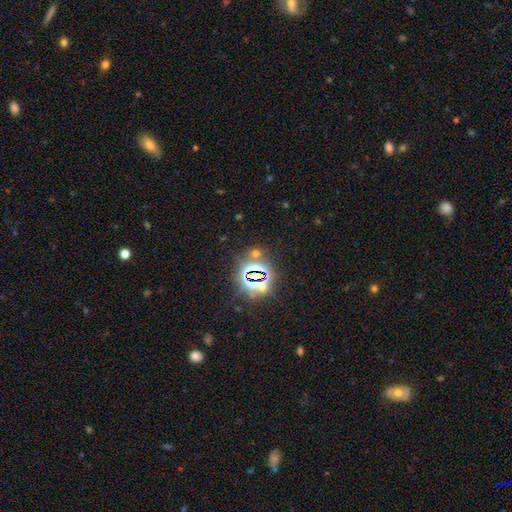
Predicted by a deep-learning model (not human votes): This is likely a star or artifact rather than a galaxy (80%).